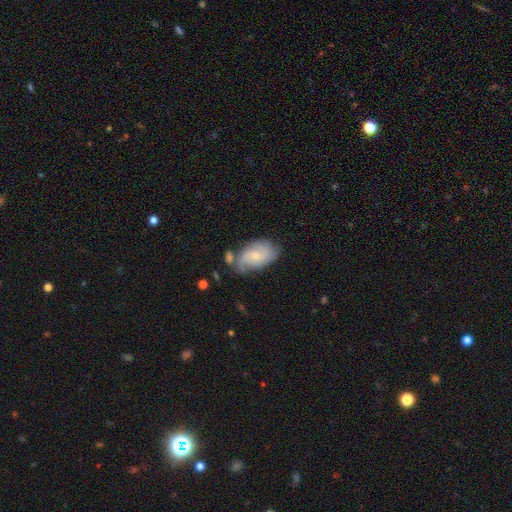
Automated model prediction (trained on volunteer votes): featured or disk 62%, smooth 31%, star or artifact 7%. Down the decision tree: edge-on disk — no (95%); bar — no (66%); spiral arms — yes (87%); spiral arm count — 2 (41%); spiral winding — medium (41%); bulge size — small (66%); merging — none (54%).